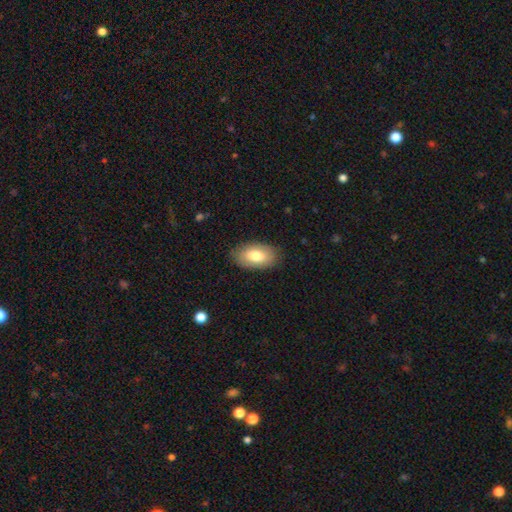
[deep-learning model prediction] Overall: smooth (78%). How rounded: in between (94%). Merging: none (85%).